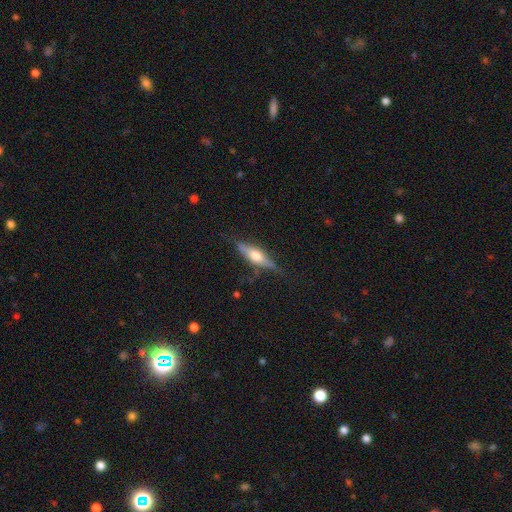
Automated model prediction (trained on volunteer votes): Overall: featured or disk (54%; smooth 39%). Edge-on disk: yes (88%). Merging: none (69%).